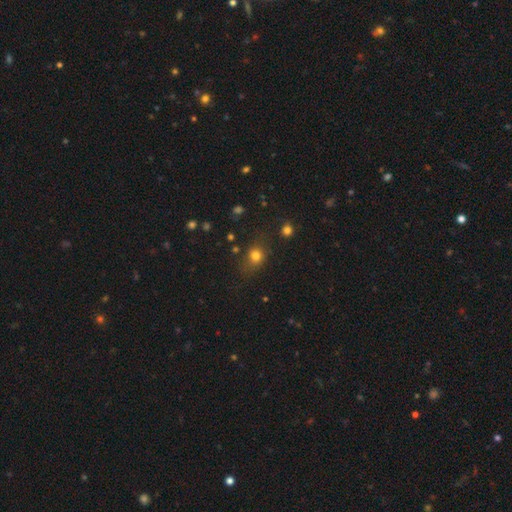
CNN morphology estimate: A smooth galaxy with no disk features (76%) that is round (65%).

Vote fractions:
- Smooth or featured? smooth: 76% / star or artifact: 16% / featured or disk: 8%
- How rounded? round: 65% / in between: 33% / cigar-shaped: 2%
- Merging? none: 69% / minor disturbance: 19% / major disturbance: 8% / merger: 4%